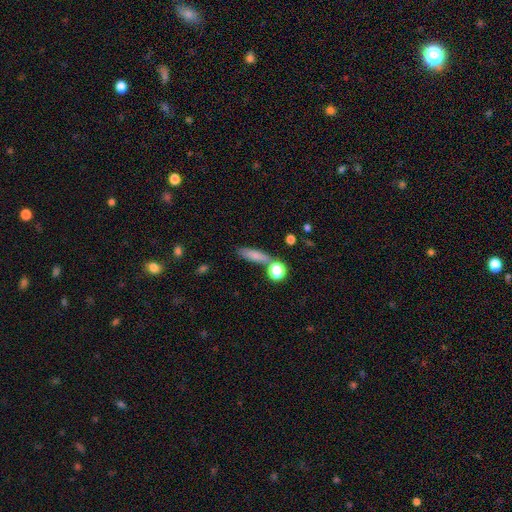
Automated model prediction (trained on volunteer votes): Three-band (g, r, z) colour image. It shows a smooth galaxy with no disk features (76%) that is cigar-shaped (56%). Merging: none (66%).